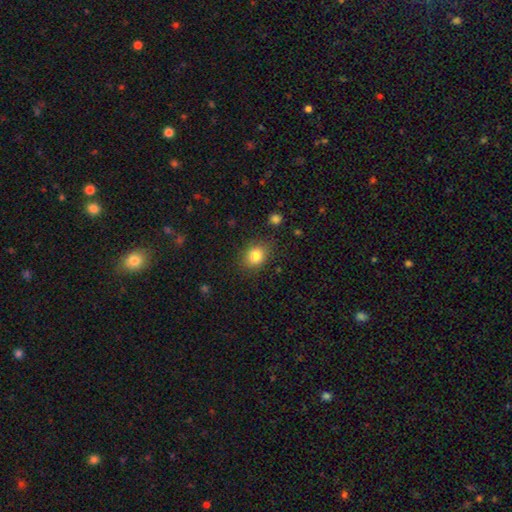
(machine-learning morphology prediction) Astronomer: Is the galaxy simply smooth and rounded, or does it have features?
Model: smooth — 83%.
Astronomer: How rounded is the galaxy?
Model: round — 52% (runner-up: in between, 47%).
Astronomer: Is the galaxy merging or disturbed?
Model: none — 82%.